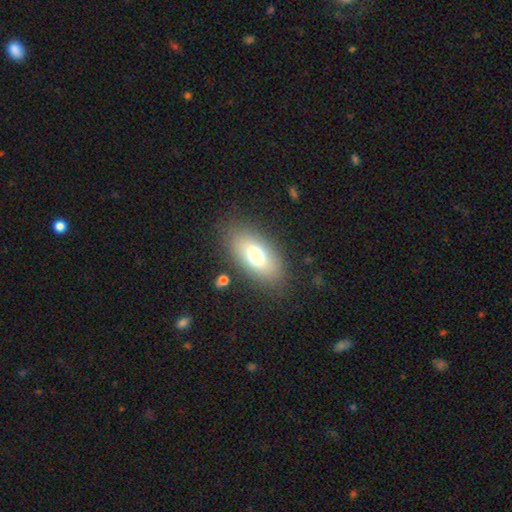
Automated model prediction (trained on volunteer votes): The model was most divided on "smooth or featured": smooth: 72%, featured or disk: 18%, star or artifact: 9%. More confident: how rounded — in between (88%); merging — none (83%).